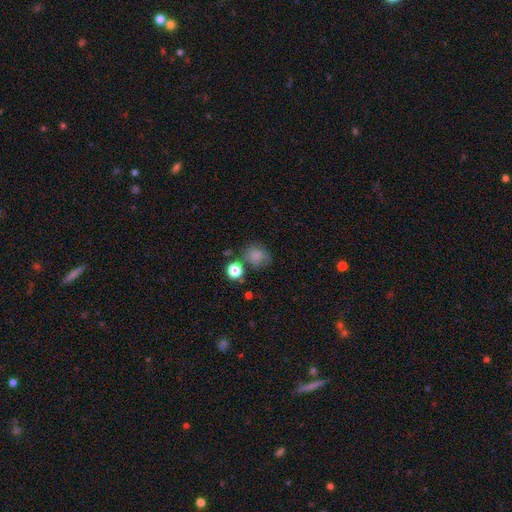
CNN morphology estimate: Smooth or featured? Predicted: smooth (p=0.78). How rounded? Predicted: round (p=0.68). Merging? Predicted: none (p=0.55).